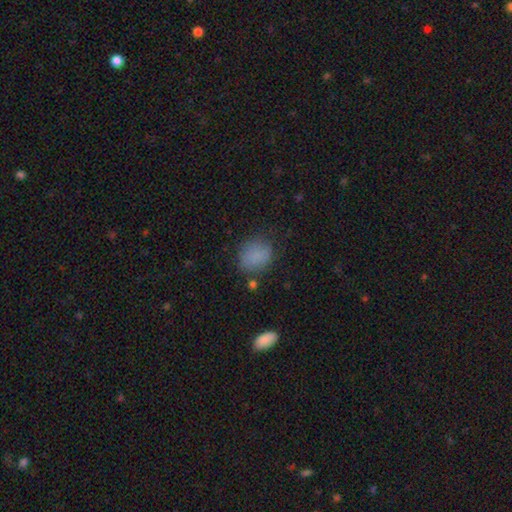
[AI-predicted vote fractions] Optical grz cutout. It shows a smooth galaxy with no disk features (82%) that is round (52%). Merging: none (71%).